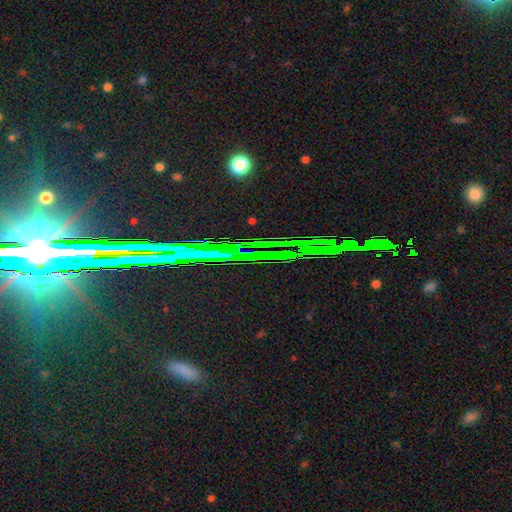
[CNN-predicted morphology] smooth-or-featured: star or artifact: 79% | featured or disk: 13% | smooth: 9%